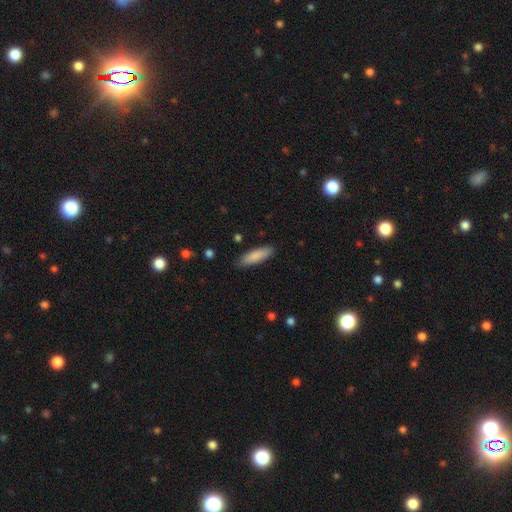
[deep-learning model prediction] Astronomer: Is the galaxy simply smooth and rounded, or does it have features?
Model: smooth — 85%.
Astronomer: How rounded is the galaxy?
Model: cigar-shaped — 59% (runner-up: in between, 40%).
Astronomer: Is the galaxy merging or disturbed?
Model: none — 84%.